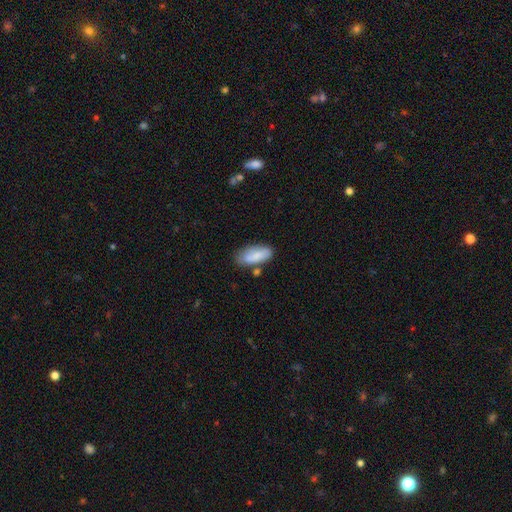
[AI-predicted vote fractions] Smooth or featured: smooth — 81% (featured or disk — 13%)
How rounded: in between — 84% (cigar-shaped — 14%)
Merging: none — 66% (minor disturbance — 20%)